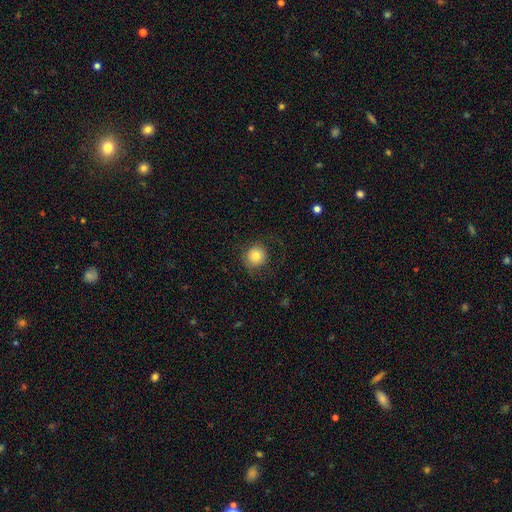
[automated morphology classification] A smooth galaxy with no disk features (81%) that is round (91%). Merging: none (75%).